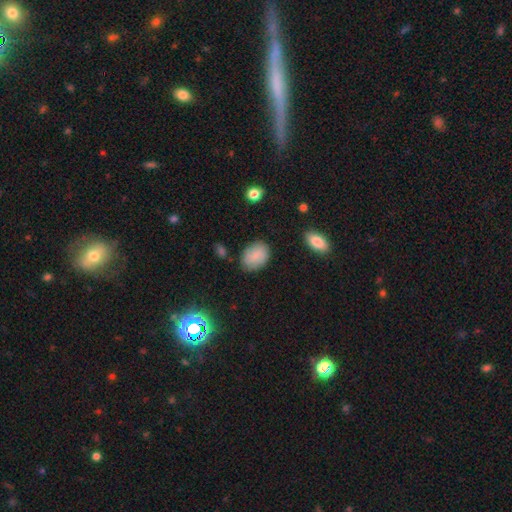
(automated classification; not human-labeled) Smooth or featured? Predicted: smooth (p=0.86). How rounded? Predicted: in between (p=0.79). Merging? Predicted: none (p=0.80).